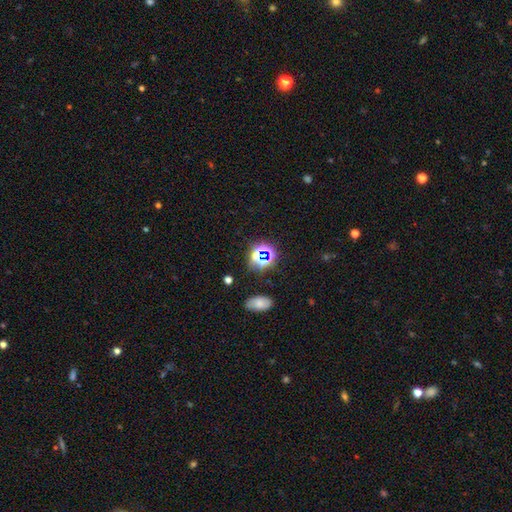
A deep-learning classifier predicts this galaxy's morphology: Smooth or featured: star or artifact — 60% (smooth — 31%)